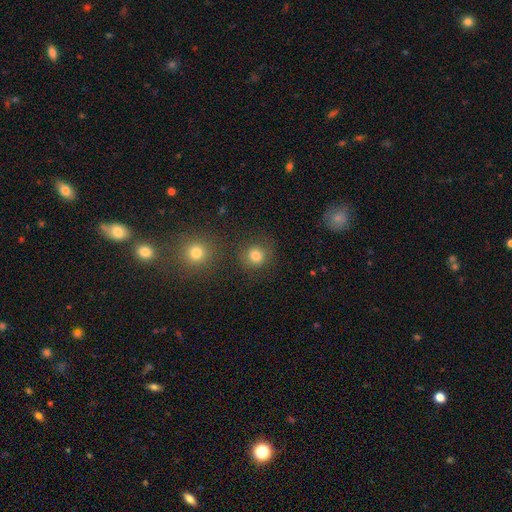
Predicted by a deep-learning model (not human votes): Smooth or featured?
  - smooth: 80% *
  - star or artifact: 14%
  - featured or disk: 6%
How rounded?
  - round: 88% *
  - in between: 11%
  - cigar-shaped: 1%
Merging?
  - none: 77% *
  - minor disturbance: 10%
  - merger: 8%
  - major disturbance: 5%